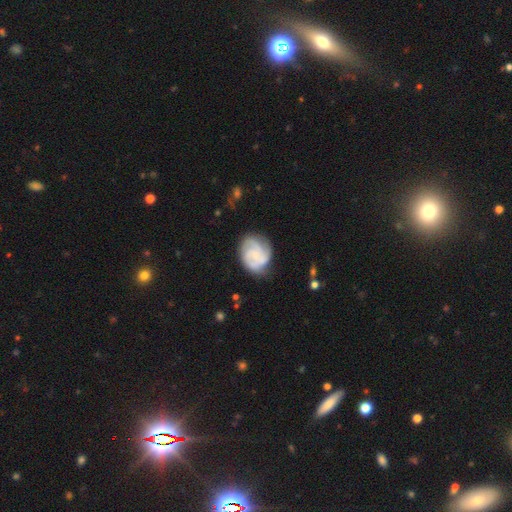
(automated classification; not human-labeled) smooth-or-featured: featured or disk: 73% | smooth: 21% | star or artifact: 6%
  disk-edge-on: no: 98% | yes: 2%
    bar: no: 73% | weak: 24% | strong: 3%
    has-spiral-arms: yes: 94% | no: 6%
      spiral-winding: tight: 51% | medium: 39% | loose: 10%
      spiral-arm-count: 3: 47% | can't tell: 18% | 2: 16% | 4: 10% | 1: 4% | more than 4: 4%
    bulge-size: small: 65% | moderate: 19% | none: 13% | large: 2% | dominant: 1%
  merging: none: 67% | minor disturbance: 23% | major disturbance: 9% | merger: 2%